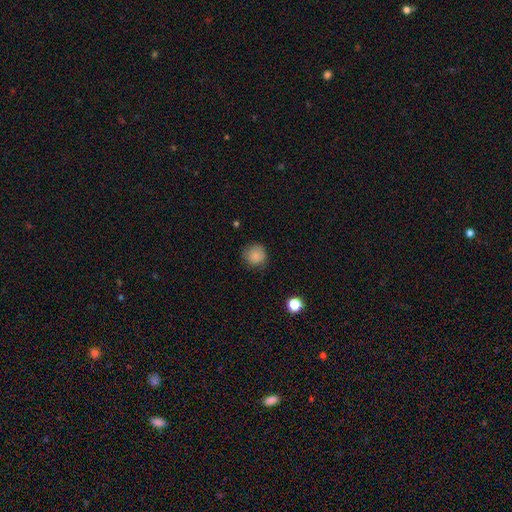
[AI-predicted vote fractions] Smooth or featured? smooth (85%)
How rounded? round (91%)
Merging? none (79%)